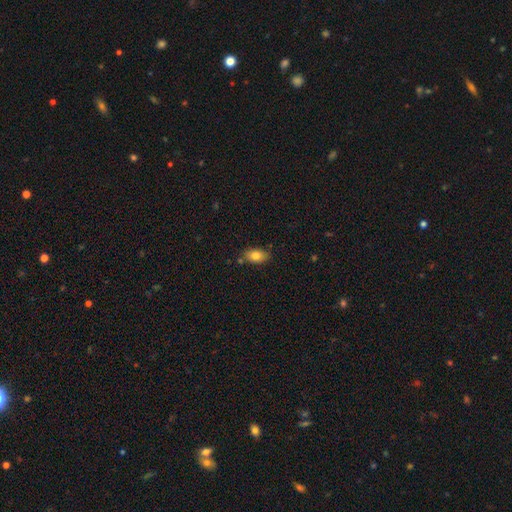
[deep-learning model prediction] A smooth galaxy with no disk features (79%) that is in between round and cigar-shaped (88%).

Vote fractions:
- Smooth or featured? smooth: 79% / featured or disk: 12% / star or artifact: 8%
- How rounded? in between: 88% / round: 9% / cigar-shaped: 3%
- Merging? none: 78% / minor disturbance: 15% / merger: 4% / major disturbance: 3%